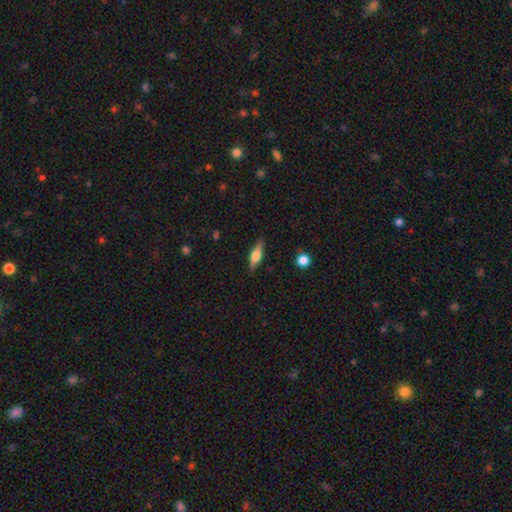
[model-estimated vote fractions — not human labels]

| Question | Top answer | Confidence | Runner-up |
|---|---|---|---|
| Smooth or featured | featured or disk | 53% | smooth (40%) |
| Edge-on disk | yes | 94% | no (6%) |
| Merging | none | 86% | minor disturbance (10%) |